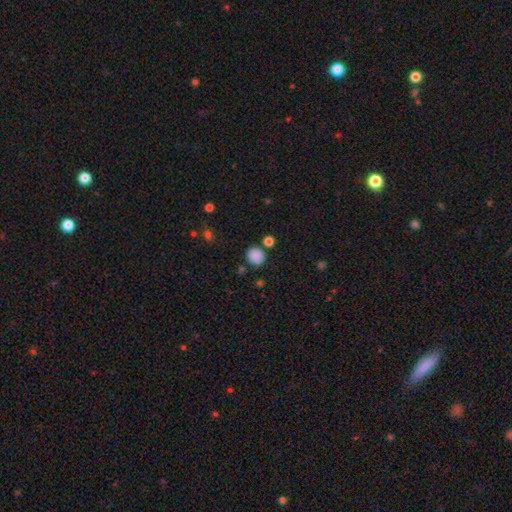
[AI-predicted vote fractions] smooth-or-featured: smooth: 86% | star or artifact: 10% | featured or disk: 4%
  how-rounded: round: 86% | in between: 13% | cigar-shaped: 1%
  merging: none: 79% | minor disturbance: 10% | merger: 8% | major disturbance: 3%